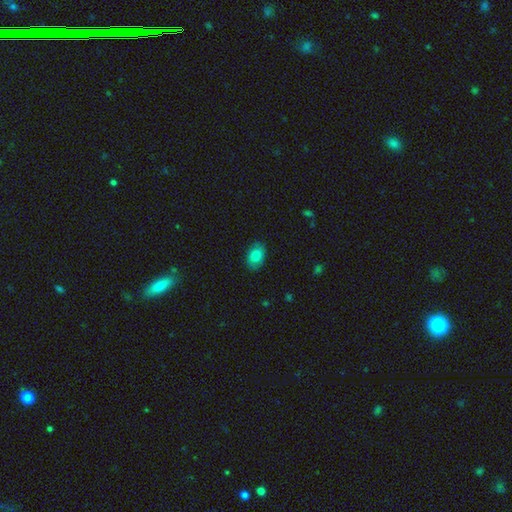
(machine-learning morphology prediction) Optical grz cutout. It shows a smooth galaxy with no disk features (83%) that is in between round and cigar-shaped (85%). Merging: none (83%).